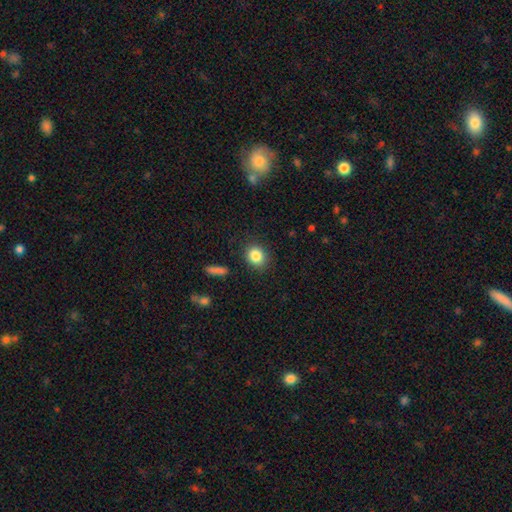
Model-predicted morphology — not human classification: This is clearly a smooth galaxy (84%). How rounded: likely round (69%). Merging: clearly none (87%).